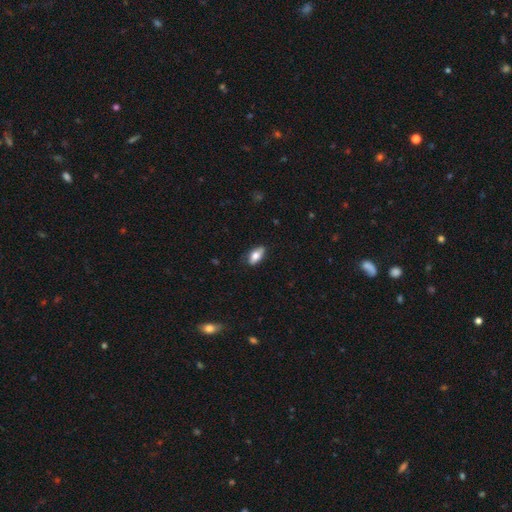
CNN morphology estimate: The model was most divided on "smooth or featured": smooth: 73%, featured or disk: 20%, star or artifact: 7%. More confident: how rounded — in between (87%); merging — none (77%).